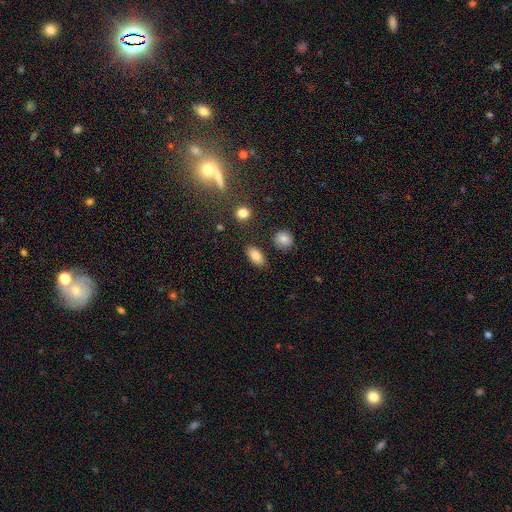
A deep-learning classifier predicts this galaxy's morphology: A smooth galaxy with no disk features (84%) that is in between round and cigar-shaped (90%).

Vote fractions:
- Smooth or featured? smooth: 84% / star or artifact: 9% / featured or disk: 7%
- How rounded? in between: 90% / round: 7% / cigar-shaped: 3%
- Merging? none: 85% / minor disturbance: 10% / merger: 3% / major disturbance: 3%